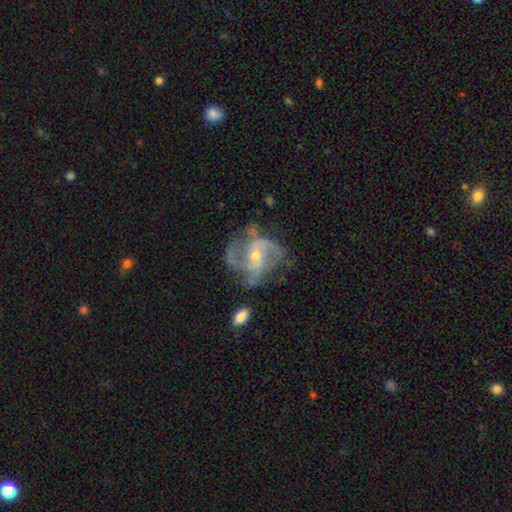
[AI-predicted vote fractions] The model was most divided on "bar": no: 49%, weak: 37%, strong: 15%. More confident: edge-on disk — no (98%); spiral arms — yes (95%); smooth or featured — featured or disk (87%); bulge size — small (55%); merging — none (55%); spiral arm count — 2 (52%); spiral winding — medium (51%).